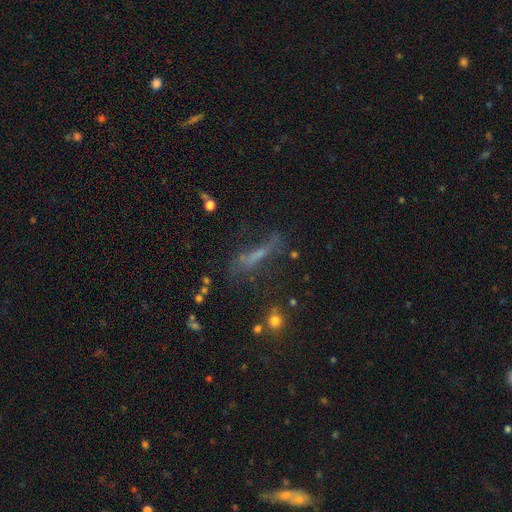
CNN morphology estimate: Smooth or featured?
  - featured or disk: 38% *
  - smooth: 37%
  - star or artifact: 24%
Merging?
  - none: 50% *
  - major disturbance: 22%
  - minor disturbance: 21%
  - merger: 6%